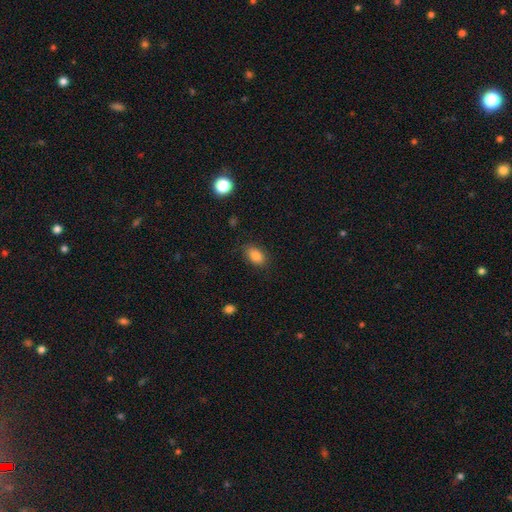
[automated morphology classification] smooth 83%, star or artifact 9%, featured or disk 8%. Down the decision tree: how rounded — in between (88%); merging — none (81%).